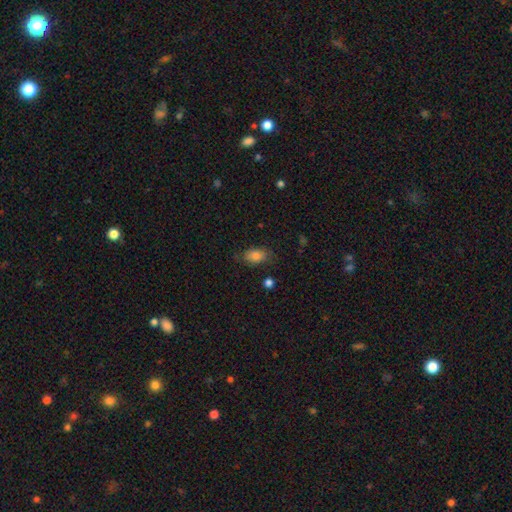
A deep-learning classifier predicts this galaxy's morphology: Q: Smooth or featured?
A: smooth (83%); runner-up: star or artifact (9%)
Q: How rounded?
A: in between (89%); runner-up: round (9%)
Q: Merging?
A: none (74%); runner-up: minor disturbance (19%)